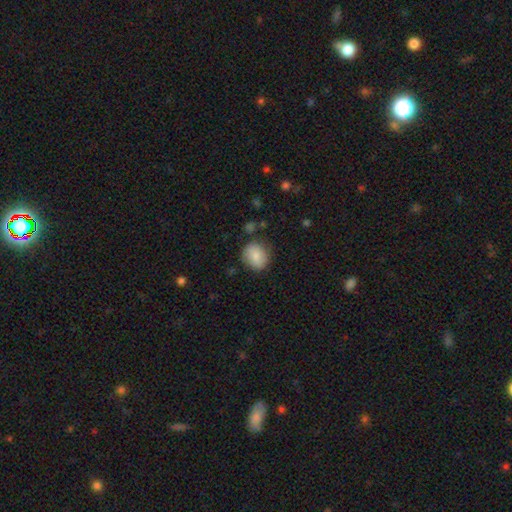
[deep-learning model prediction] smooth 82%, featured or disk 11%, star or artifact 7%. Down the decision tree: how rounded — round (74%); merging — none (77%).